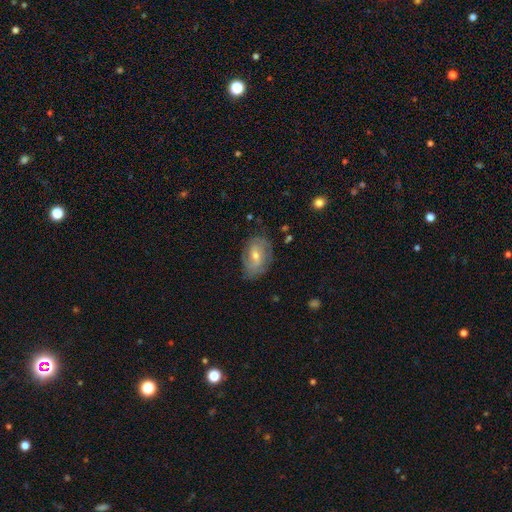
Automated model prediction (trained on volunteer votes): This appears to be a featured or disk galaxy (66%) with a weak bar (48%), 2 (53%) tight (47%) spiral arms (83%) and a moderate central bulge (52%). Merging: none (73%).